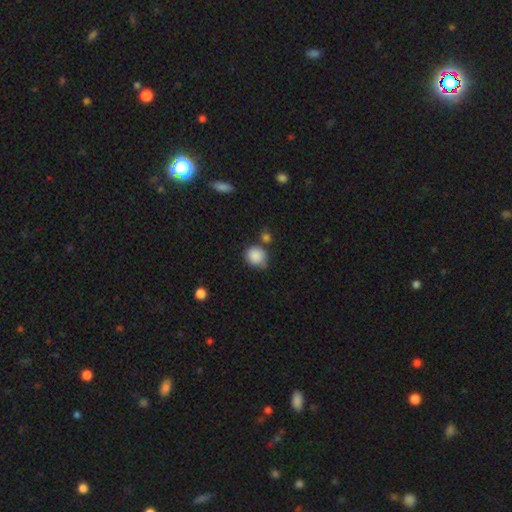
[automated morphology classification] Smooth or featured? Predicted: smooth (p=0.87). How rounded? Predicted: round (p=0.81). Merging? Predicted: none (p=0.62).